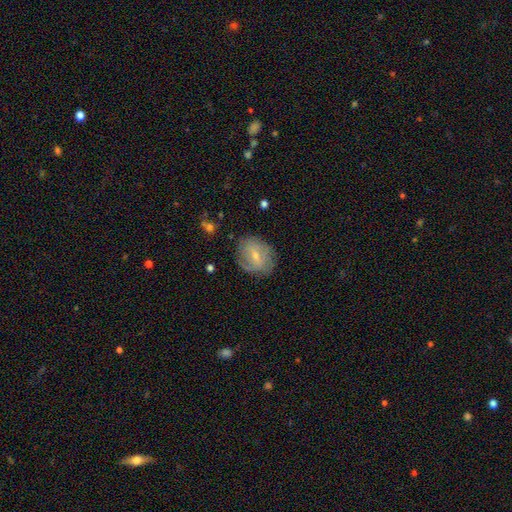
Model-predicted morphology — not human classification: Overall: featured or disk (52%; smooth 40%). Edge-on disk: no (94%). Merging: none (70%).